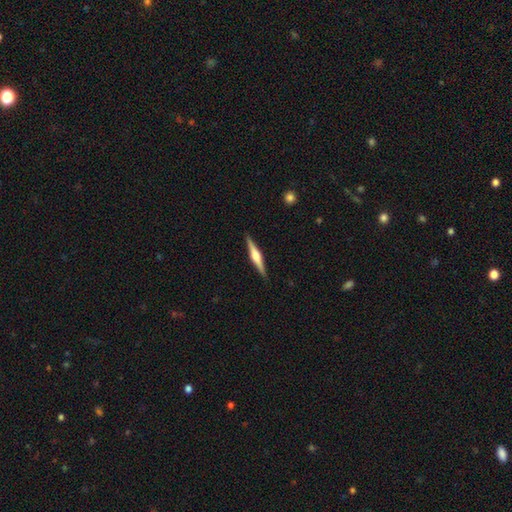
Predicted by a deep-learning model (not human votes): A featured or disk galaxy (75%) viewed edge-on (98%) with a rounded central bulge (88%).

Vote fractions:
- Smooth or featured? featured or disk: 75% / smooth: 20% / star or artifact: 5%
- Edge-on disk? yes: 98% / no: 2%
- Edge-on bulge? rounded: 88% / boxy: 9% / none: 3%
- Merging? none: 91% / minor disturbance: 7% / major disturbance: 1% / merger: 1%